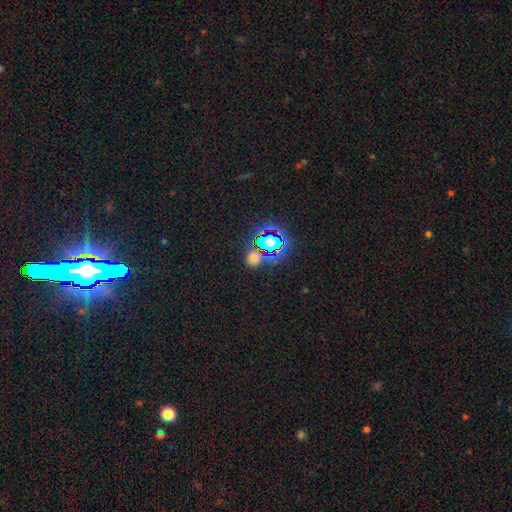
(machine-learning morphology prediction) Smooth or featured?
  - star or artifact: 68% *
  - smooth: 24%
  - featured or disk: 8%